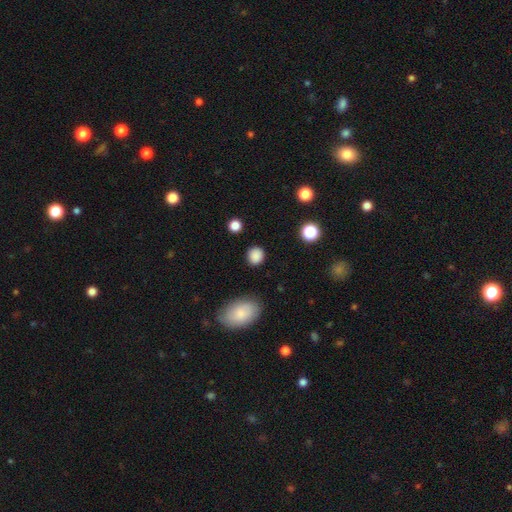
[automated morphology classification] This is clearly a smooth galaxy (86%). How rounded: clearly round (81%). Merging: clearly none (87%).